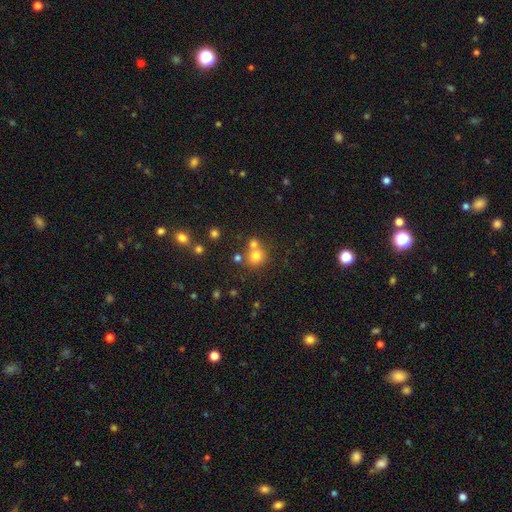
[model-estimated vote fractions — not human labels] Q: Smooth or featured?
A: smooth (74%); runner-up: star or artifact (16%)
Q: How rounded?
A: round (85%); runner-up: in between (14%)
Q: Merging?
A: none (54%); runner-up: merger (35%)